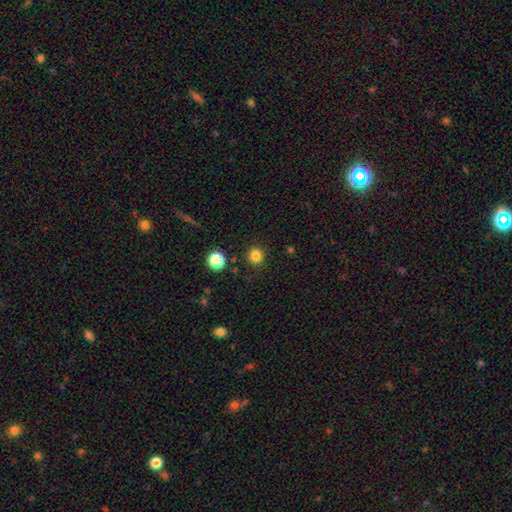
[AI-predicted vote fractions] smooth_or_featured: smooth (p=0.83) [alt: star or artifact p=0.13]
how_rounded: round (p=0.91) [alt: in between p=0.08]
merging: none (p=0.91) [alt: minor disturbance p=0.06]